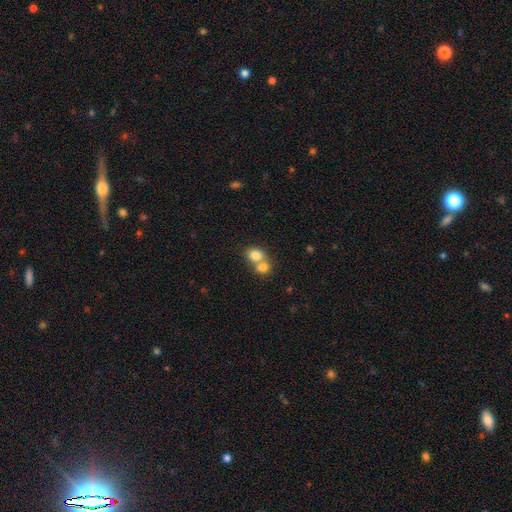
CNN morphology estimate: Smooth or featured?
  - smooth: 78% *
  - featured or disk: 12%
  - star or artifact: 10%
How rounded?
  - round: 66% *
  - in between: 33%
  - cigar-shaped: 1%
Merging?
  - merger: 63% *
  - none: 30%
  - minor disturbance: 5%
  - major disturbance: 2%